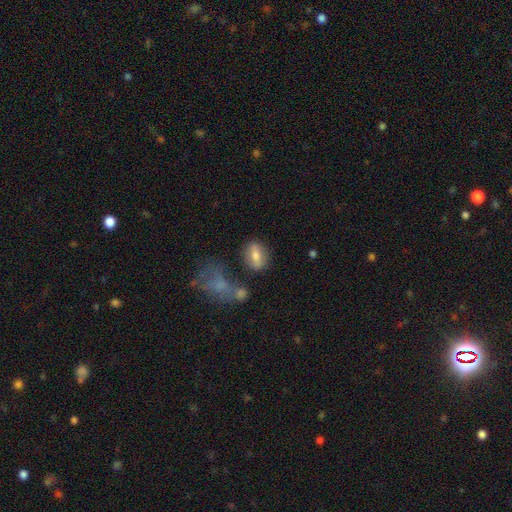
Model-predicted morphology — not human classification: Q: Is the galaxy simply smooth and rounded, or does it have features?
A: smooth — 60%.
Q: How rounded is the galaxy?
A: in between — 65%.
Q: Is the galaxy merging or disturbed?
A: none — 77%.